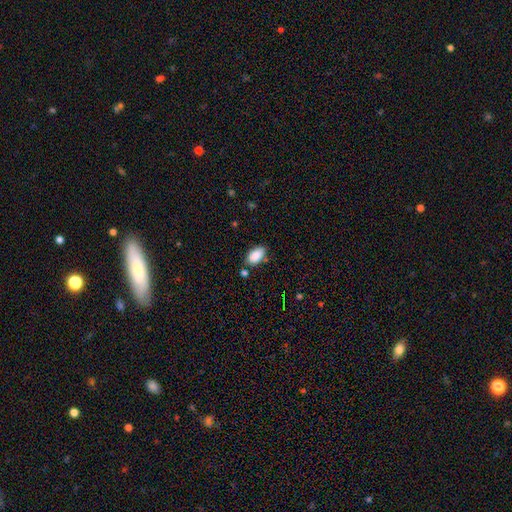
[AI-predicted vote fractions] Q: Smooth or featured?
A: smooth (88%); runner-up: star or artifact (7%)
Q: How rounded?
A: in between (93%); runner-up: round (4%)
Q: Merging?
A: none (75%); runner-up: minor disturbance (16%)